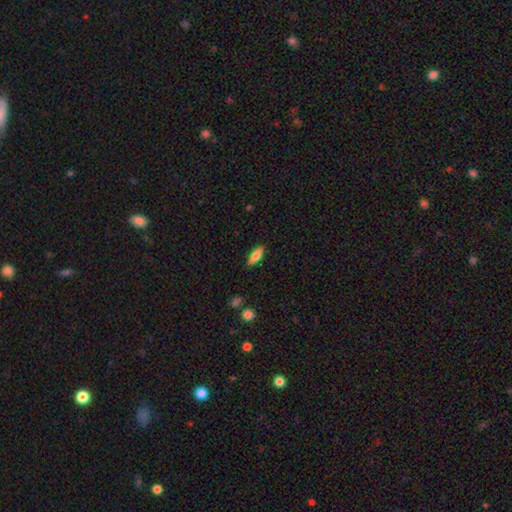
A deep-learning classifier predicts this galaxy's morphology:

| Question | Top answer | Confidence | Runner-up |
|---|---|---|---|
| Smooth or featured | smooth | 73% | featured or disk (20%) |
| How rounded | in between | 66% | cigar-shaped (32%) |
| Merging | none | 87% | minor disturbance (10%) |